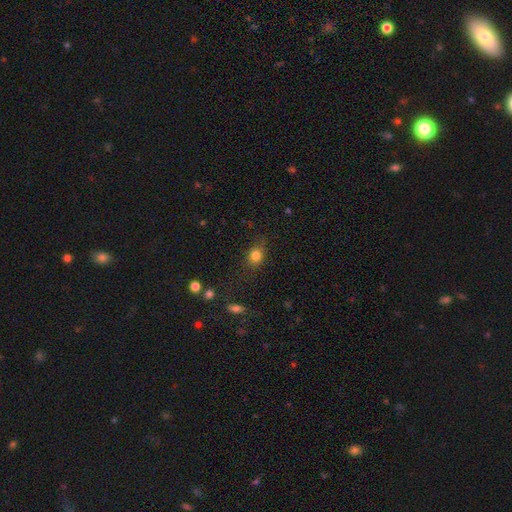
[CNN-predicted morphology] Smooth or featured?
  - smooth: 79% *
  - star or artifact: 13%
  - featured or disk: 8%
How rounded?
  - round: 61% *
  - in between: 37%
  - cigar-shaped: 2%
Merging?
  - none: 75% *
  - minor disturbance: 17%
  - major disturbance: 6%
  - merger: 2%